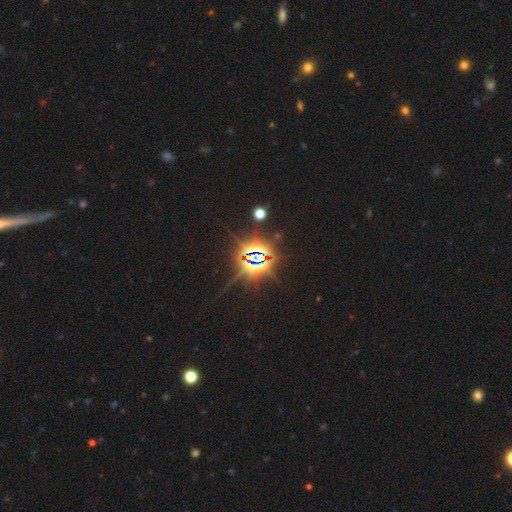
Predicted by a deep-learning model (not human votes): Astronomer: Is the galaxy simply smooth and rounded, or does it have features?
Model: star or artifact — 83%.